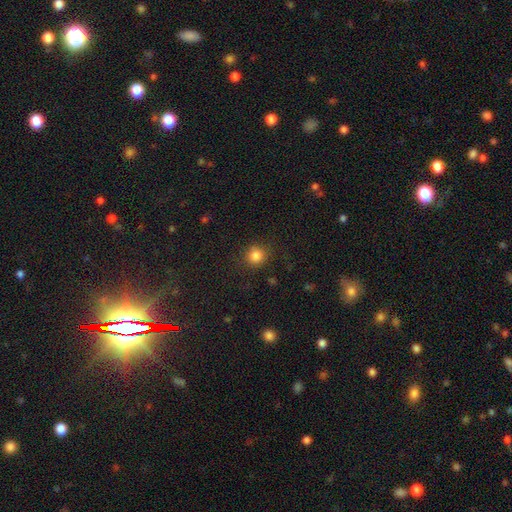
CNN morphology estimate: A smooth galaxy with no disk features (83%) that is round (90%). Merging: none (87%).